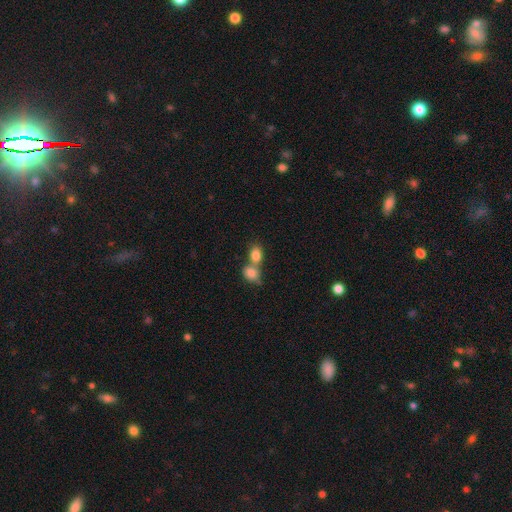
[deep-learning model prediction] This is clearly a smooth galaxy (82%). How rounded: possibly in between (54%). Merging: likely merger (61%).